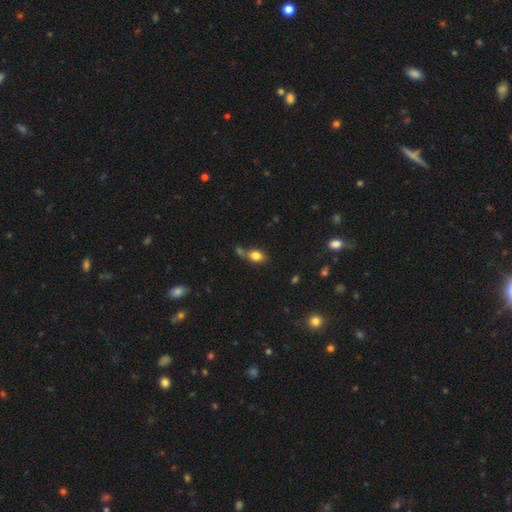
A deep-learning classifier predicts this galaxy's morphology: Overall: smooth (80%). How rounded: in between (74%). Merging: none (52%; merger 26%).